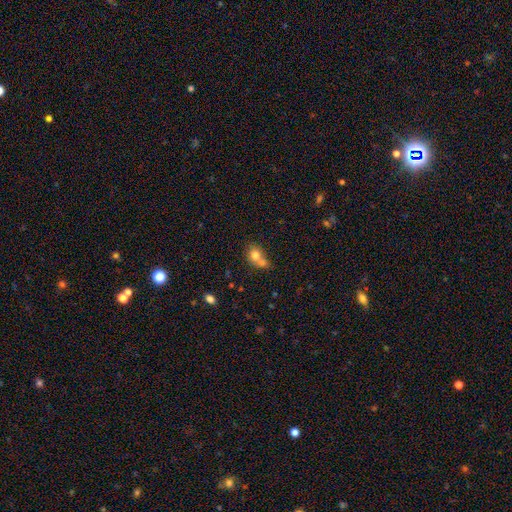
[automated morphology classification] Smooth or featured? Predicted: smooth (p=0.74). How rounded? Predicted: round (p=0.60). Merging? Predicted: merger (p=0.59).